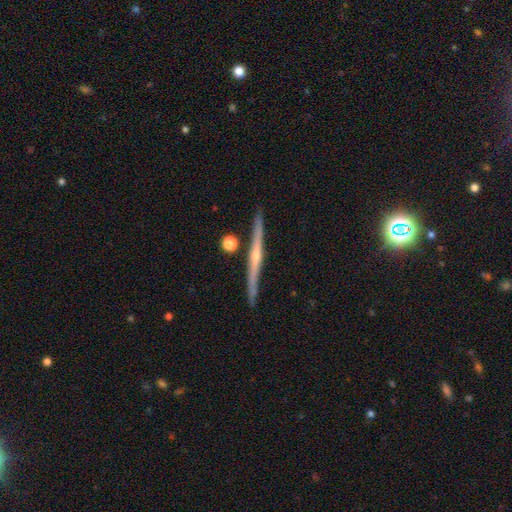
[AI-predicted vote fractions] Morphology: type=featured or disk (79%); edge-on=yes (98%); edge-on bulge=rounded (70%); merging=none (90%).